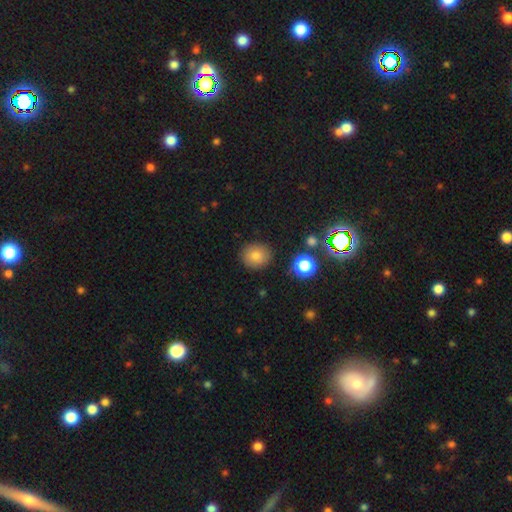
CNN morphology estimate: A smooth galaxy with no disk features (81%) that is round (82%). Merging: none (87%).